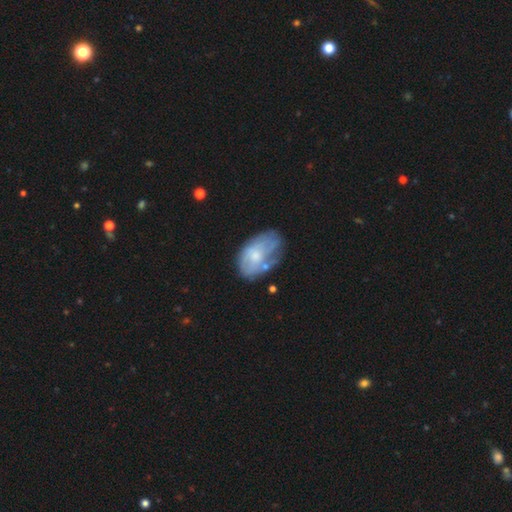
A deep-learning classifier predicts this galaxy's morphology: Smooth or featured: smooth — 50% (featured or disk — 43%)
Merging: none — 39% (minor disturbance — 32%)